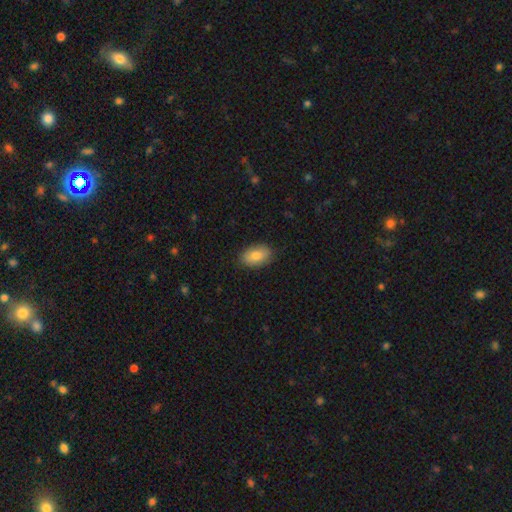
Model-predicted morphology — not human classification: The model was most divided on "smooth or featured": smooth: 81%, featured or disk: 11%, star or artifact: 7%. More confident: how rounded — in between (92%); merging — none (88%).